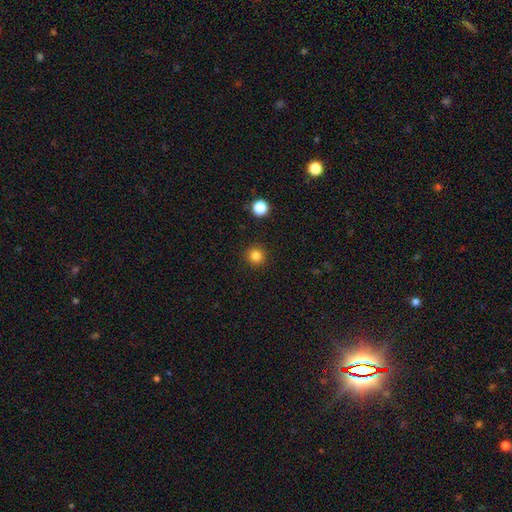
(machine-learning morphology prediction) smooth 83%, star or artifact 13%, featured or disk 4%. Down the decision tree: how rounded — round (95%); merging — none (92%).